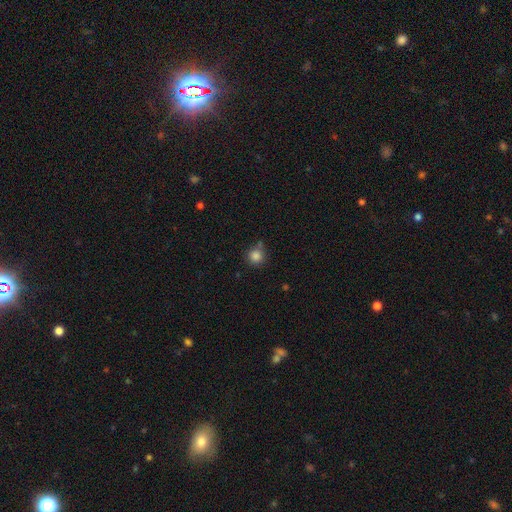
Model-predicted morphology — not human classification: A smooth galaxy with no disk features (85%) that is round (92%).

Vote fractions:
- Smooth or featured? smooth: 85% / star or artifact: 11% / featured or disk: 4%
- How rounded? round: 92% / in between: 7% / cigar-shaped: 1%
- Merging? none: 71% / minor disturbance: 16% / merger: 9% / major disturbance: 4%